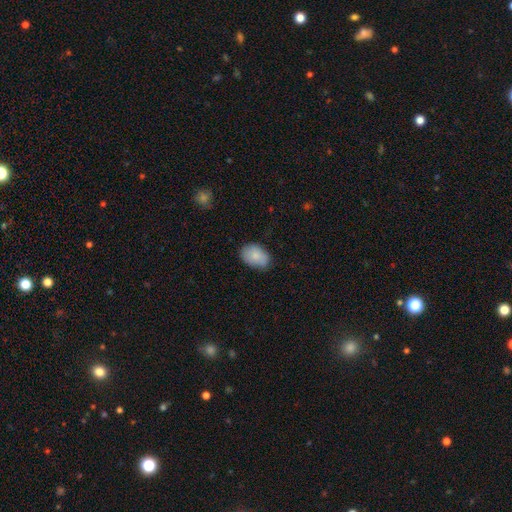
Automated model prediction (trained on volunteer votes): Smooth or featured? smooth (85%)
How rounded? in between (85%)
Merging? none (77%)